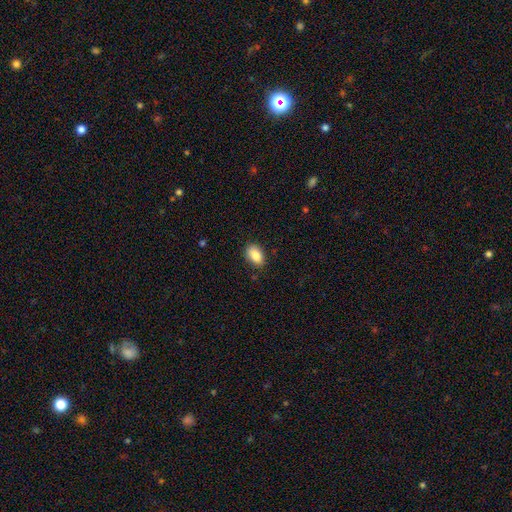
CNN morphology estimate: A smooth galaxy with no disk features (85%) that is in between round and cigar-shaped (89%). Merging: none (85%).